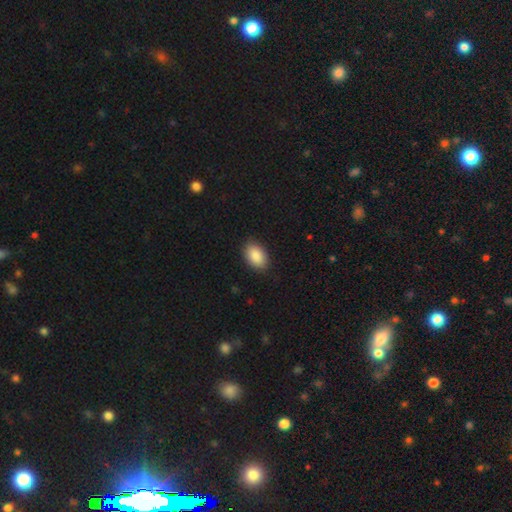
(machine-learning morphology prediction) This is clearly a smooth galaxy (89%). How rounded: clearly in between (90%). Merging: clearly none (86%).